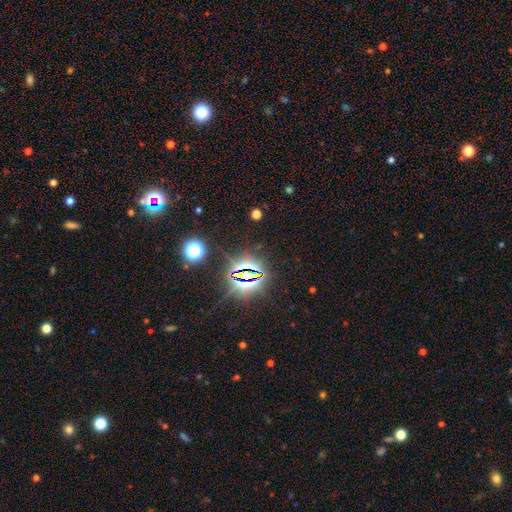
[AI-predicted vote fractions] smooth-or-featured: star or artifact: 82% | smooth: 11% | featured or disk: 7%